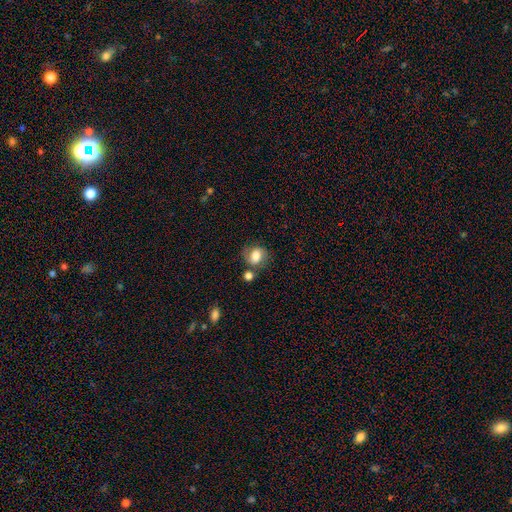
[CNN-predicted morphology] Smooth or featured?
  - smooth: 58% *
  - featured or disk: 32%
  - star or artifact: 10%
How rounded?
  - round: 53% *
  - in between: 46%
  - cigar-shaped: 1%
Merging?
  - none: 56% *
  - minor disturbance: 21%
  - merger: 15%
  - major disturbance: 9%